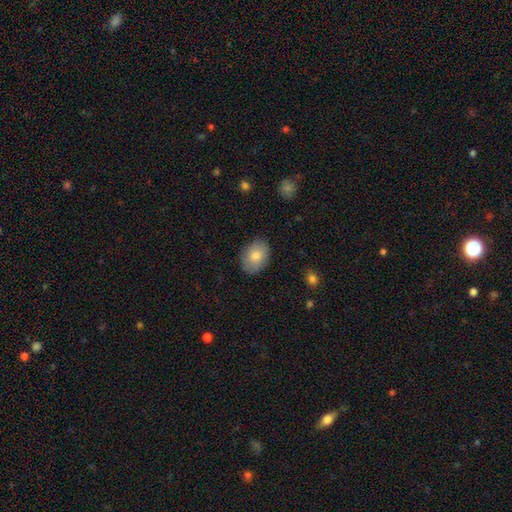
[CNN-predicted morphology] The model was most divided on "how rounded": in between: 74%, round: 25%, cigar-shaped: 1%. More confident: merging — none (85%); smooth or featured — smooth (81%).